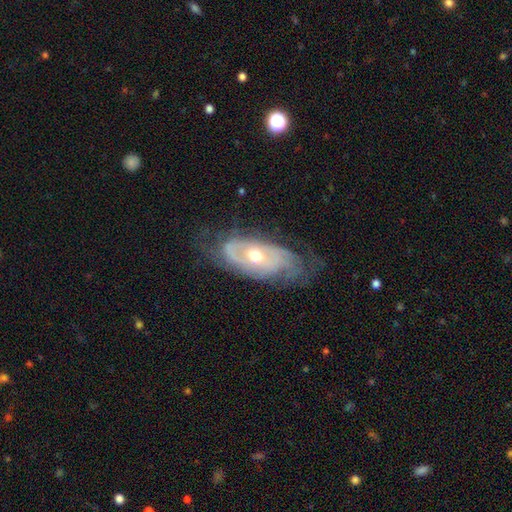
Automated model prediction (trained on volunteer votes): smooth_or_featured: featured or disk (p=0.78) [alt: smooth p=0.16]
disk_edge_on: no (p=0.90) [alt: yes p=0.10]
bar: no (p=0.72) [alt: weak p=0.21]
has_spiral_arms: yes (p=0.78) [alt: no p=0.22]
spiral_winding: tight (p=0.52) [alt: medium p=0.31]
spiral_arm_count: can't tell (p=0.42) [alt: 2 p=0.38]
bulge_size: moderate (p=0.74) [alt: small p=0.18]
merging: none (p=0.59) [alt: minor disturbance p=0.25]